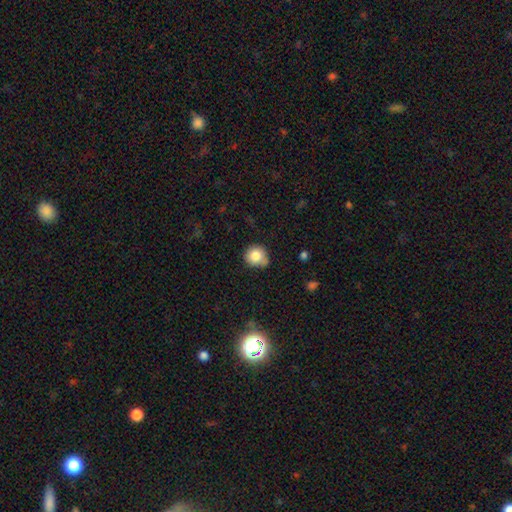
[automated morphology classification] Smooth or featured? Predicted: smooth (p=0.82). How rounded? Predicted: round (p=0.86). Merging? Predicted: none (p=0.64).